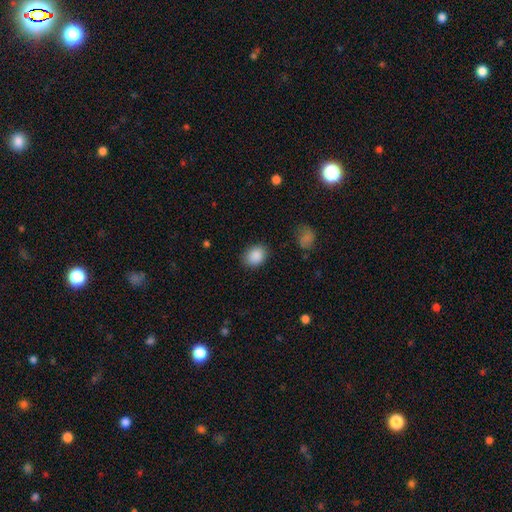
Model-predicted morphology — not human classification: This appears to be a smooth galaxy with no disk features (89%) that is in between round and cigar-shaped (56%). Merging: none (83%).